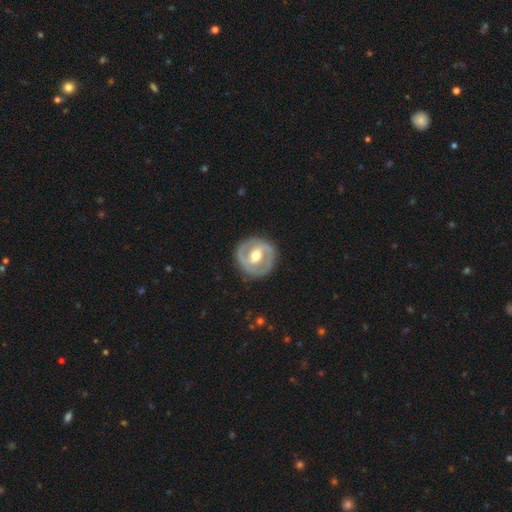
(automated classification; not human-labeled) smooth-or-featured: featured or disk: 74% | smooth: 22% | star or artifact: 4%
  disk-edge-on: no: 96% | yes: 4%
    bar: weak: 43% | strong: 33% | no: 24%
    has-spiral-arms: yes: 64% | no: 36%
    bulge-size: moderate: 77% | small: 11% | large: 10% | dominant: 1% | none: 1%
  merging: none: 85% | minor disturbance: 10% | major disturbance: 3% | merger: 1%